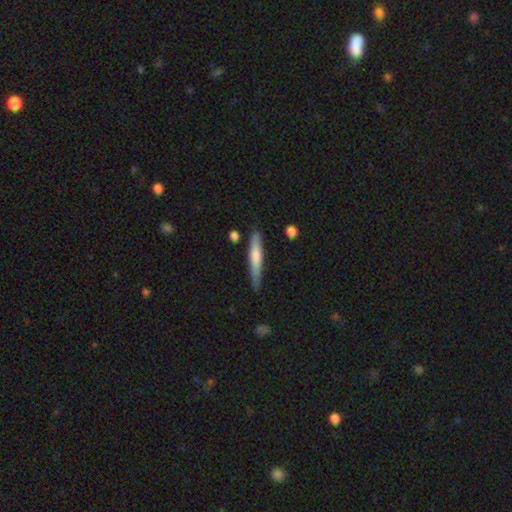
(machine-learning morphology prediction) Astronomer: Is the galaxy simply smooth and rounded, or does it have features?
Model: smooth — 51% (runner-up: featured or disk, 43%).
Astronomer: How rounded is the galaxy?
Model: cigar-shaped — 93%.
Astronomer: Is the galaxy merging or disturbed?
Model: none — 81%.